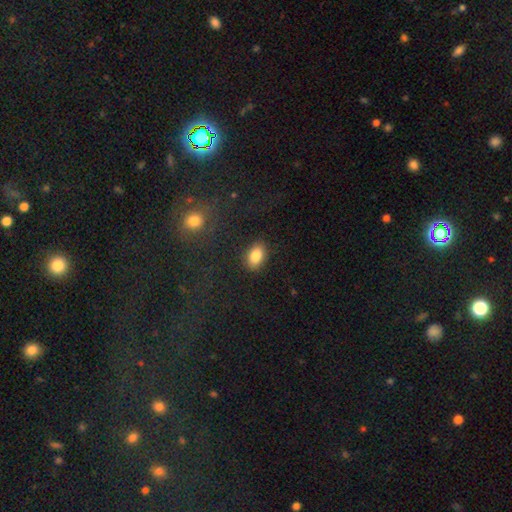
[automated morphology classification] smooth-or-featured: smooth: 85% | star or artifact: 8% | featured or disk: 7%
  how-rounded: in between: 87% | round: 12% | cigar-shaped: 1%
  merging: none: 87% | minor disturbance: 9% | major disturbance: 2% | merger: 1%